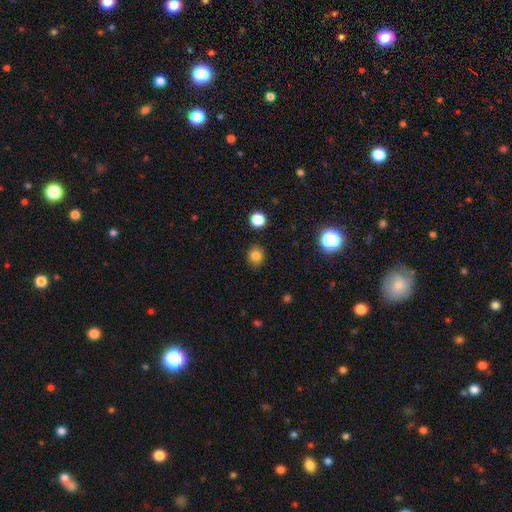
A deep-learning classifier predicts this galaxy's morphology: Smooth or featured: smooth — 81% (star or artifact — 13%)
How rounded: round — 84% (in between — 15%)
Merging: none — 89% (minor disturbance — 8%)